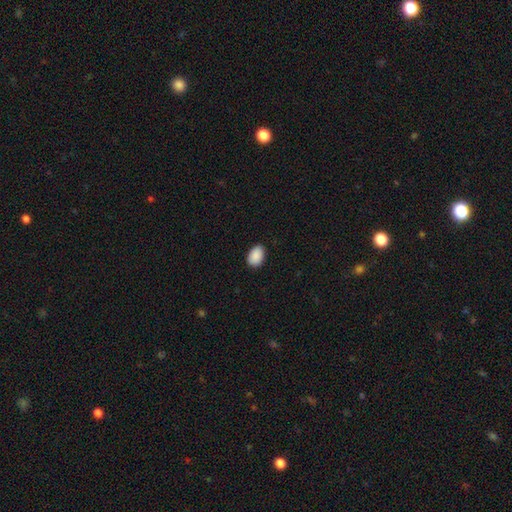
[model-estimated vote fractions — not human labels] smooth_or_featured: smooth (p=0.91) [alt: star or artifact p=0.06]
how_rounded: in between (p=0.88) [alt: round p=0.11]
merging: none (p=0.87) [alt: minor disturbance p=0.10]